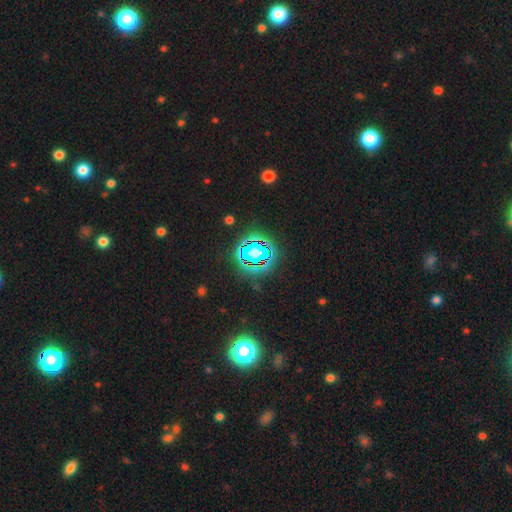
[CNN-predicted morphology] A star or artifact, not a galaxy (81%).

Vote fractions:
- Smooth or featured? star or artifact: 81% / smooth: 12% / featured or disk: 7%